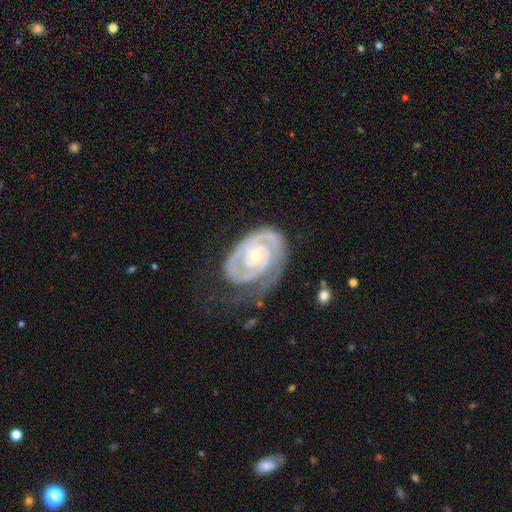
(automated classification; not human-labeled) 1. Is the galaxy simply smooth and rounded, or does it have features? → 92% featured or disk, 4% smooth, 4% star or artifact.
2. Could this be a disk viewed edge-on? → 97% no, 3% yes.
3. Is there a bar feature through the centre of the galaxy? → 69% no, 23% weak, 7% strong.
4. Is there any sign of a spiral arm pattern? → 98% yes, 2% no.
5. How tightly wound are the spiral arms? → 79% tight, 18% medium, 3% loose.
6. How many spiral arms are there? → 60% 2, 12% can't tell, 12% 3, 11% 1, 3% 4, 3% more than 4.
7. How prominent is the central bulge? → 67% small, 29% moderate, 1% large, 1% none, 1% dominant.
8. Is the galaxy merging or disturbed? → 58% none, 24% minor disturbance, 16% major disturbance, 2% merger.